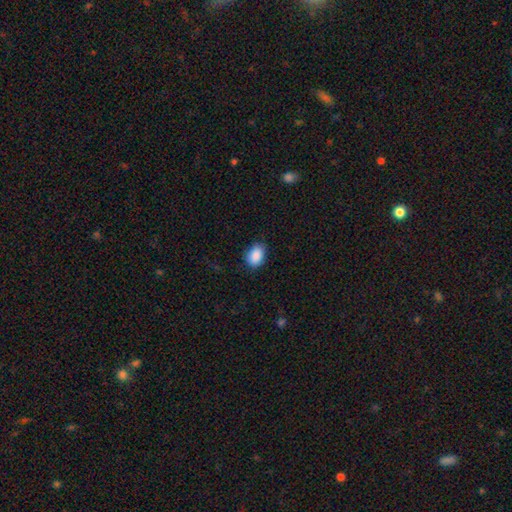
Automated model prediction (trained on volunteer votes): The model was most divided on "how rounded": in between: 79%, round: 20%, cigar-shaped: 1%. More confident: smooth or featured — smooth (89%); merging — none (80%).